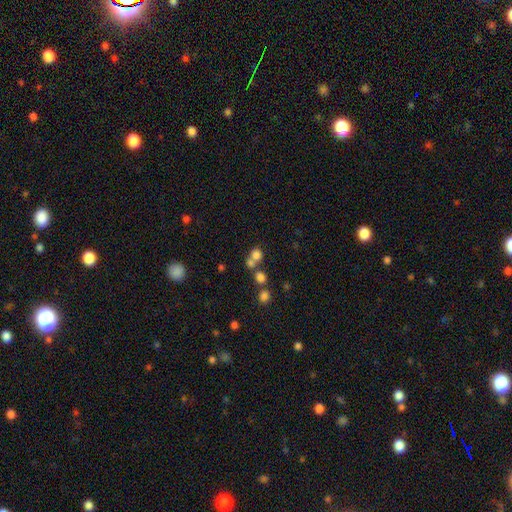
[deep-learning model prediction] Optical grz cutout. It shows a smooth galaxy with no disk features (73%) that is round (80%). Merging: merger (45%).